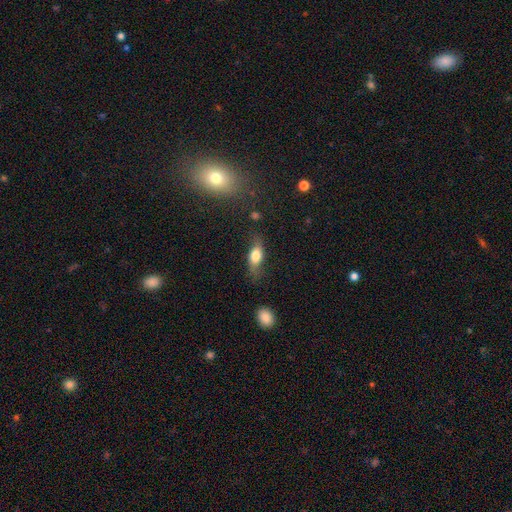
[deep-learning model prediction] Q: Smooth or featured?
A: smooth (66%); runner-up: featured or disk (26%)
Q: How rounded?
A: in between (76%); runner-up: cigar-shaped (16%)
Q: Merging?
A: none (62%); runner-up: minor disturbance (26%)